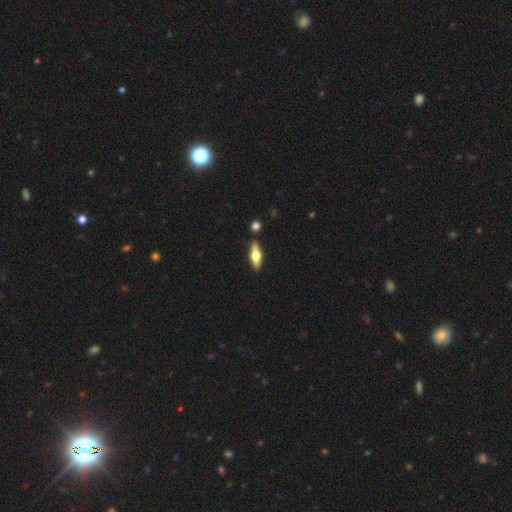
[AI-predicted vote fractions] Smooth or featured?
  - featured or disk: 51% *
  - smooth: 43%
  - star or artifact: 6%
Edge-on disk?
  - yes: 90% *
  - no: 10%
Merging?
  - none: 84% *
  - minor disturbance: 10%
  - merger: 5%
  - major disturbance: 2%